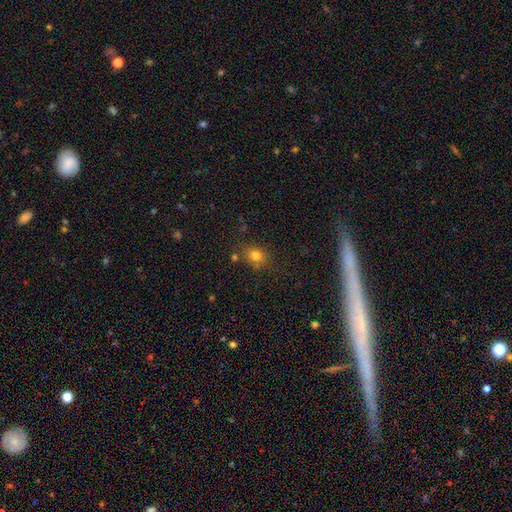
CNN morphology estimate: smooth_or_featured: smooth (p=0.78) [alt: star or artifact p=0.15]
how_rounded: round (p=0.63) [alt: in between p=0.36]
merging: none (p=0.76) [alt: minor disturbance p=0.13]